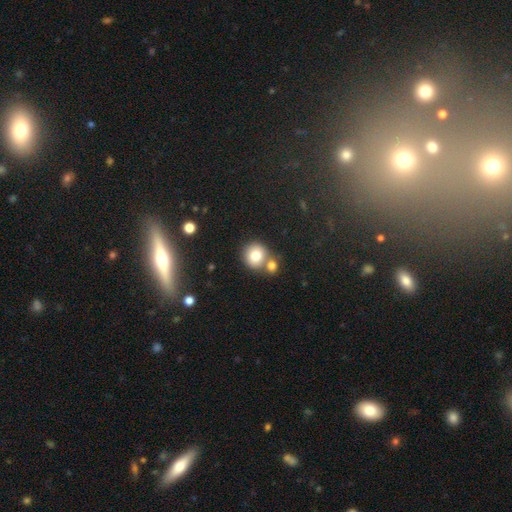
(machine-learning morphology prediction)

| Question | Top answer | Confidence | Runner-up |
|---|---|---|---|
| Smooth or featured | smooth | 78% | featured or disk (11%) |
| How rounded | round | 88% | in between (11%) |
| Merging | none | 56% | merger (32%) |